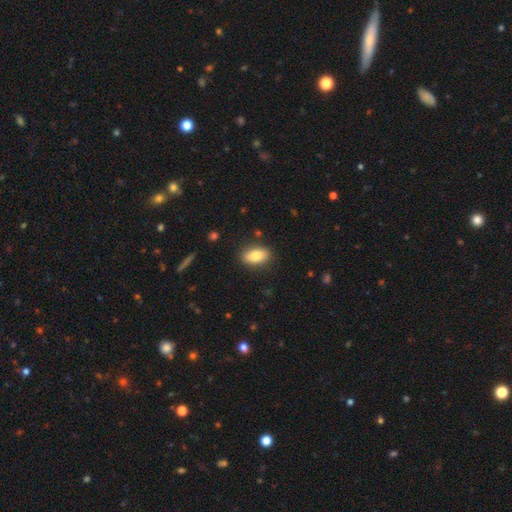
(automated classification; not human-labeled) Overall: smooth (83%). How rounded: in between (90%). Merging: none (86%).